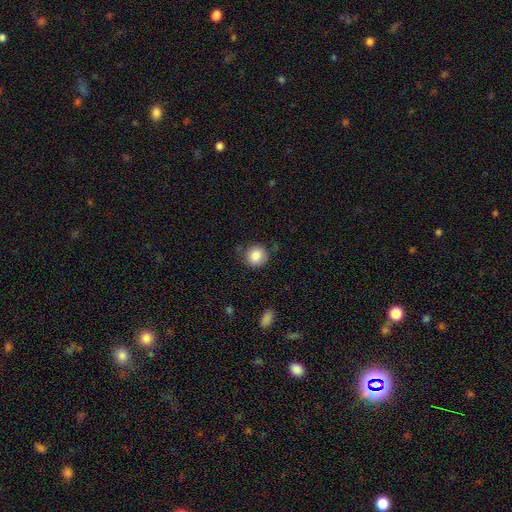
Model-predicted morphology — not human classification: smooth_or_featured: smooth (p=0.87) [alt: star or artifact p=0.09]
how_rounded: round (p=0.89) [alt: in between p=0.10]
merging: none (p=0.81) [alt: minor disturbance p=0.13]